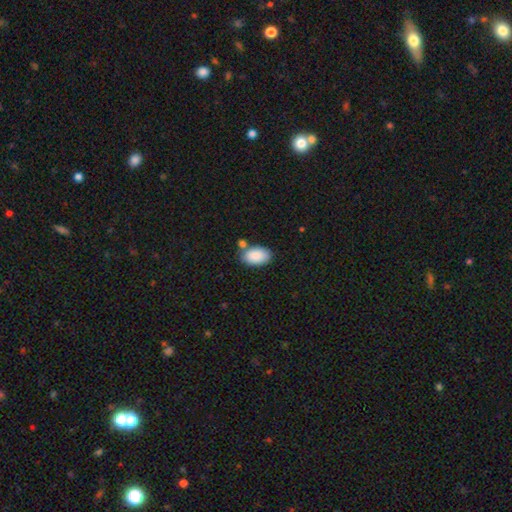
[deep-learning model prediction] smooth_or_featured: smooth (p=0.89) [alt: star or artifact p=0.06]
how_rounded: in between (p=0.94) [alt: round p=0.04]
merging: none (p=0.67) [alt: merger p=0.15]